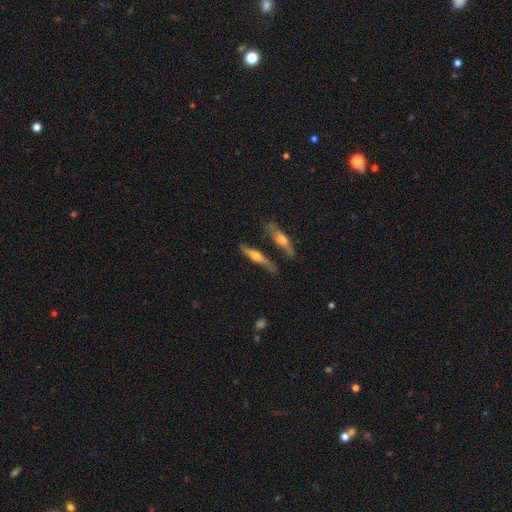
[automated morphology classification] Overall: featured or disk (59%; smooth 35%). Edge-on disk: yes (93%). Edge-on bulge: rounded (89%). Merging: none (73%).